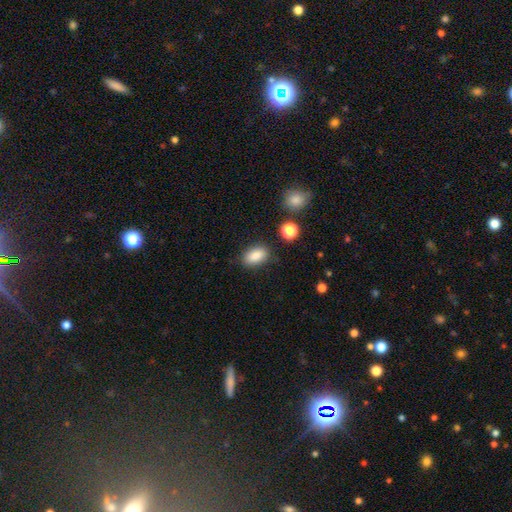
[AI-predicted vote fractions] Smooth or featured?
  - smooth: 87% *
  - star or artifact: 8%
  - featured or disk: 5%
How rounded?
  - in between: 90% *
  - round: 7%
  - cigar-shaped: 3%
Merging?
  - none: 83% *
  - minor disturbance: 11%
  - major disturbance: 3%
  - merger: 3%